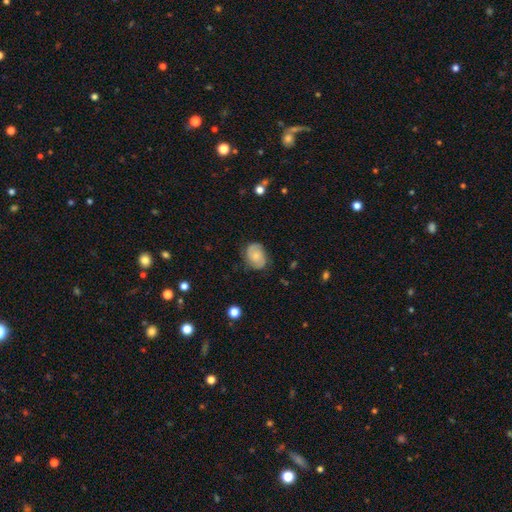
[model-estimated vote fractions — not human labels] This is possibly a smooth galaxy (48%). Merging: likely none (71%).